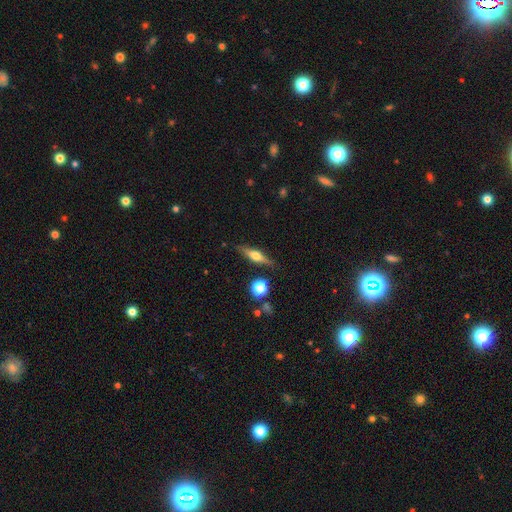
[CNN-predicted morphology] Smooth or featured? Predicted: featured or disk (p=0.59). Edge-on disk? Predicted: yes (p=0.94). Edge-on bulge? Predicted: rounded (p=0.92). Merging? Predicted: none (p=0.84).